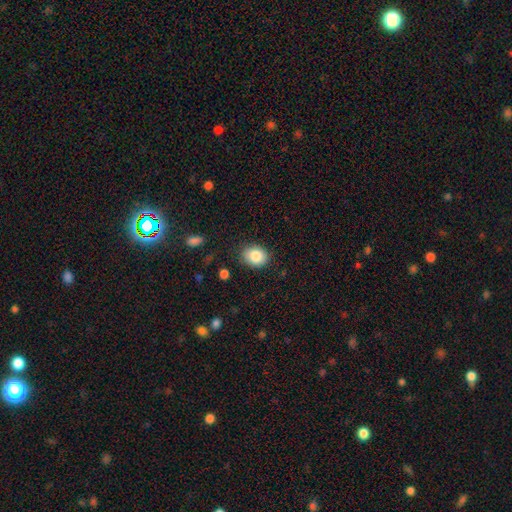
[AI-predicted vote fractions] Q: Smooth or featured?
A: smooth (84%); runner-up: star or artifact (8%)
Q: How rounded?
A: round (52%); runner-up: in between (47%)
Q: Merging?
A: none (83%); runner-up: minor disturbance (12%)